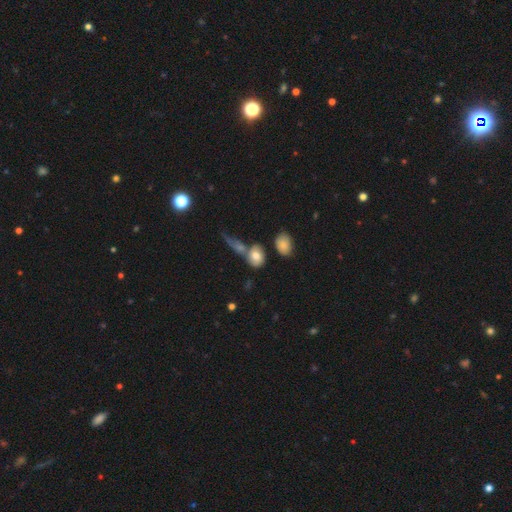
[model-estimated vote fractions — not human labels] Smooth or featured? Predicted: smooth (p=0.73). How rounded? Predicted: in between (p=0.66). Merging? Predicted: none (p=0.40).